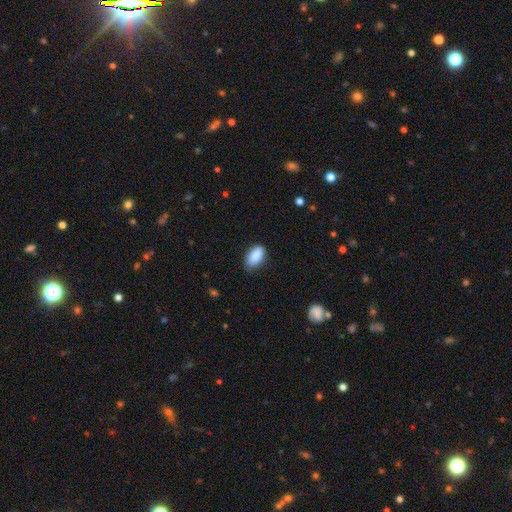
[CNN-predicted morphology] smooth 88%, star or artifact 7%, featured or disk 5%. Down the decision tree: how rounded — in between (93%); merging — none (73%).